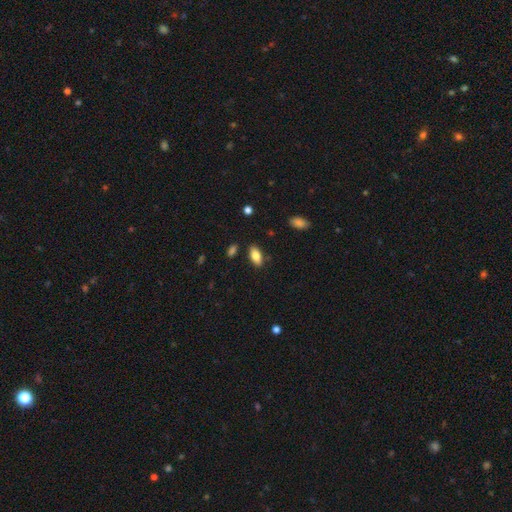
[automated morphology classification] Smooth or featured? smooth (80%)
How rounded? in between (90%)
Merging? none (84%)